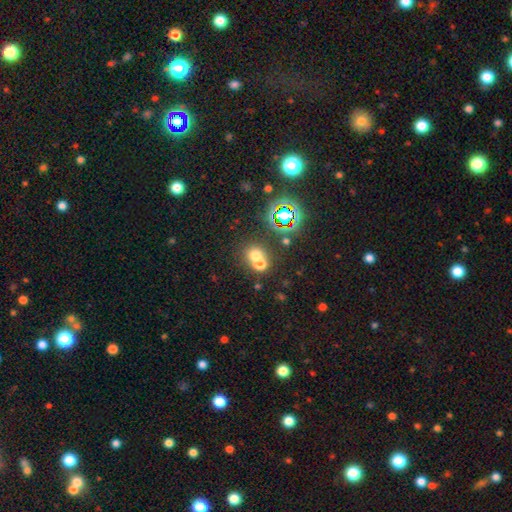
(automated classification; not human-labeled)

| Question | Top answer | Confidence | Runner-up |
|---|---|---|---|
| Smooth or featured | smooth | 62% | star or artifact (25%) |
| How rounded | round | 80% | in between (19%) |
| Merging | none | 47% | merger (43%) |